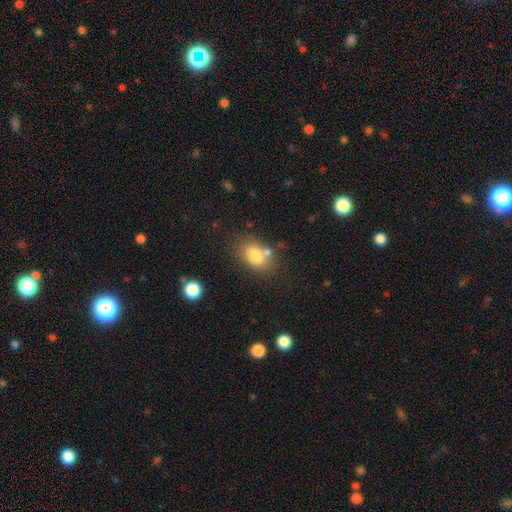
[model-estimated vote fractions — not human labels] Q: Smooth or featured?
A: smooth (78%); runner-up: featured or disk (12%)
Q: How rounded?
A: in between (72%); runner-up: round (27%)
Q: Merging?
A: none (61%); runner-up: merger (19%)